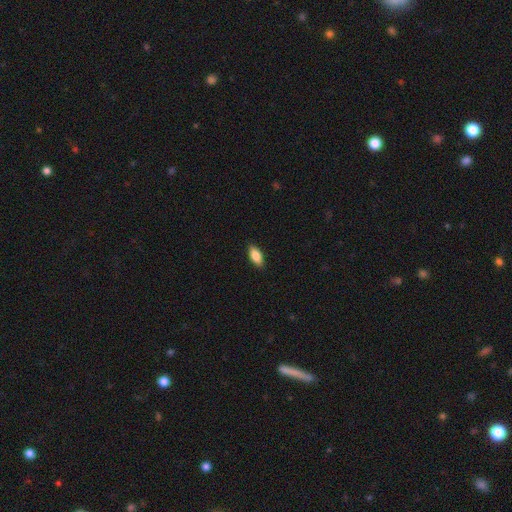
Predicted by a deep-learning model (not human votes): Overall: smooth (83%). How rounded: in between (85%). Merging: none (89%).